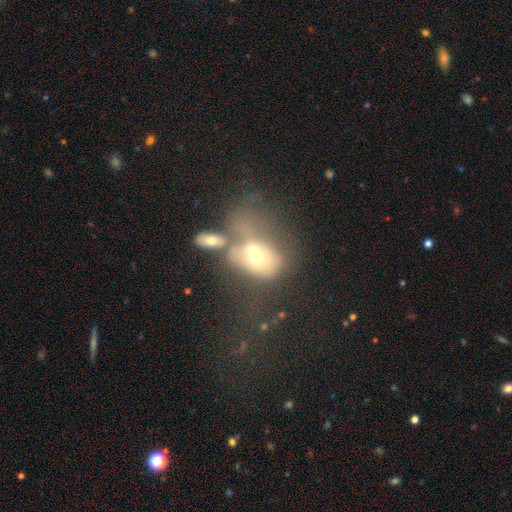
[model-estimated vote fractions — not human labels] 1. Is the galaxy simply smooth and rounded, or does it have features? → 50% smooth, 35% featured or disk, 14% star or artifact.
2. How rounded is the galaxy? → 66% in between, 31% round, 2% cigar-shaped.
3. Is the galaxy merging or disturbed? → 58% merger, 21% major disturbance, 13% none, 8% minor disturbance.